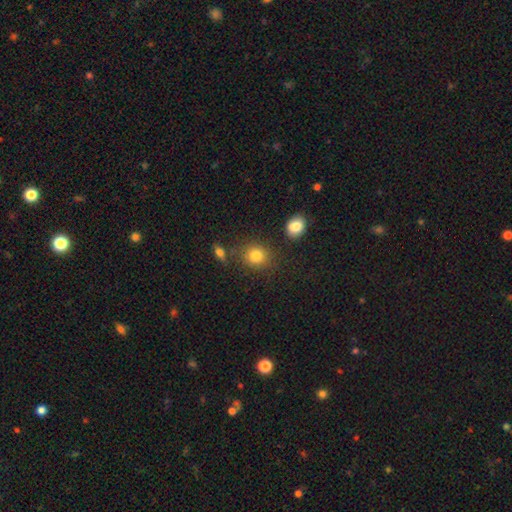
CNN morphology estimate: This is clearly a smooth galaxy (83%). How rounded: likely round (78%). Merging: likely none (79%).